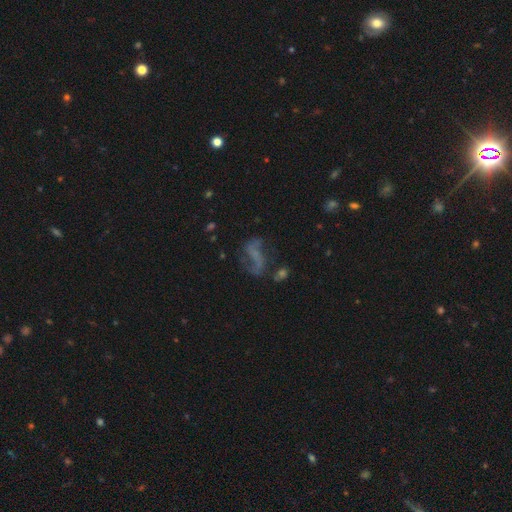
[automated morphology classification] This is likely a featured or disk galaxy (63%). It is clearly not viewed edge-on (96%). Bar: possibly no (46%). Spiral arm pattern: likely yes (78%). Central bulge: likely none (66%). Merging: possibly none (49%).